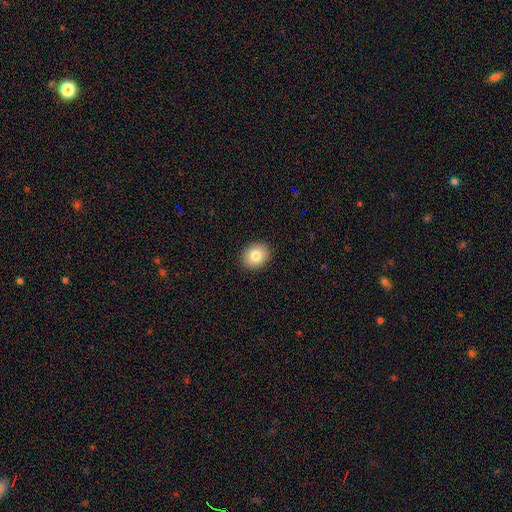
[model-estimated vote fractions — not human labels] Smooth or featured?
  - smooth: 82% *
  - featured or disk: 9%
  - star or artifact: 9%
How rounded?
  - round: 62% *
  - in between: 37%
  - cigar-shaped: 1%
Merging?
  - none: 91% *
  - minor disturbance: 6%
  - major disturbance: 2%
  - merger: 1%